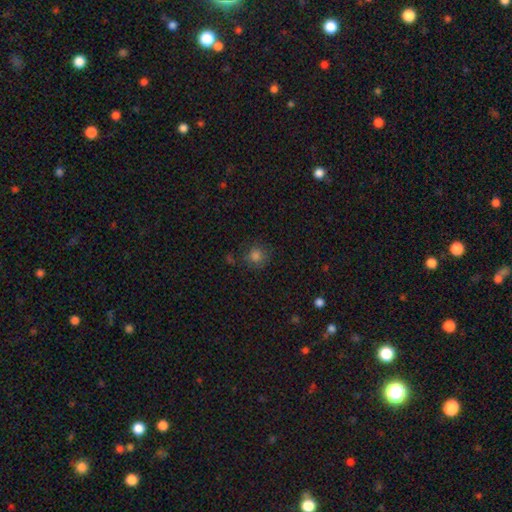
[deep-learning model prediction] A smooth galaxy with no disk features (77%) that is round (88%). Merging: none (76%).